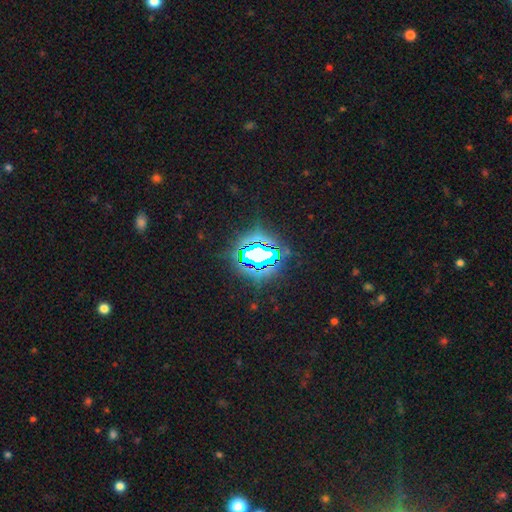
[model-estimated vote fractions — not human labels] A star or artifact, not a galaxy (74%).

Vote fractions:
- Smooth or featured? star or artifact: 74% / smooth: 14% / featured or disk: 12%